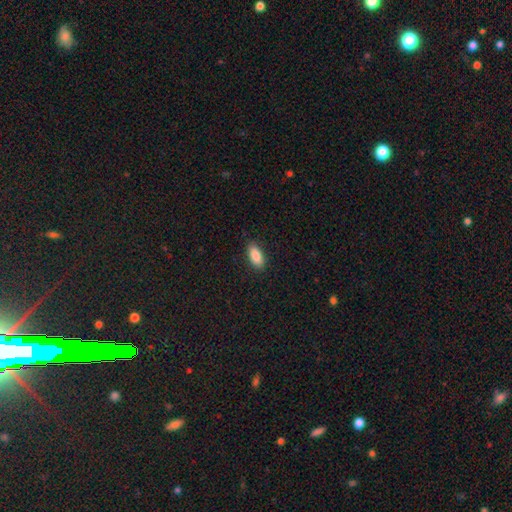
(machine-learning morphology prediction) Overall: smooth (87%). How rounded: in between (83%). Merging: none (87%).